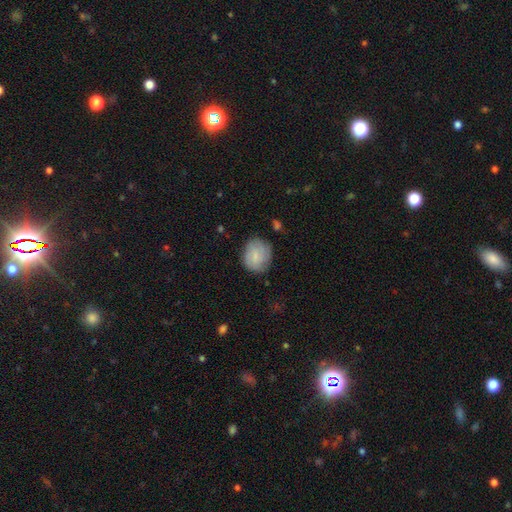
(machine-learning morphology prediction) Q: Smooth or featured?
A: smooth (69%); runner-up: featured or disk (24%)
Q: How rounded?
A: round (74%); runner-up: in between (25%)
Q: Merging?
A: none (75%); runner-up: minor disturbance (19%)